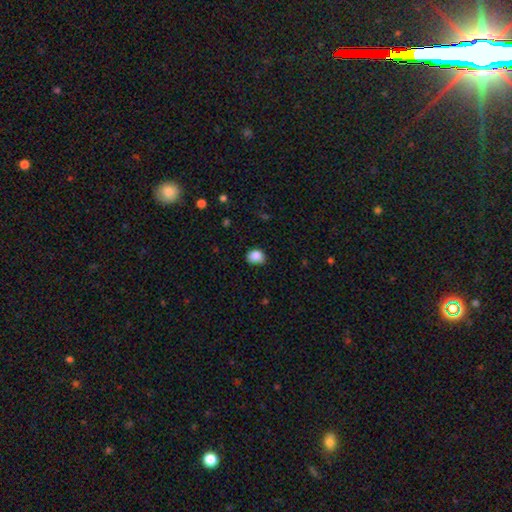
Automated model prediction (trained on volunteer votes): Smooth or featured?
  - smooth: 86% *
  - star or artifact: 9%
  - featured or disk: 5%
How rounded?
  - round: 51% *
  - in between: 48%
  - cigar-shaped: 1%
Merging?
  - none: 68% *
  - minor disturbance: 26%
  - major disturbance: 4%
  - merger: 2%